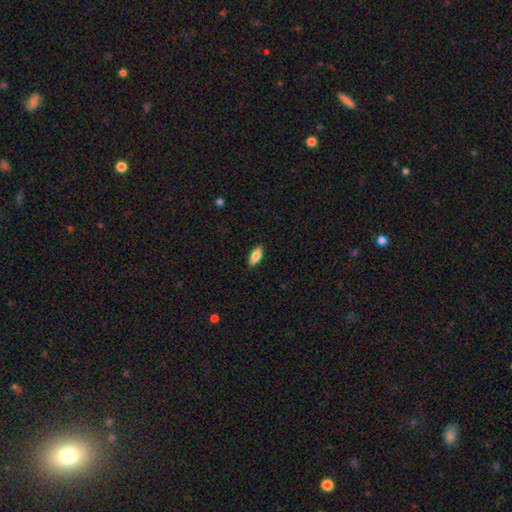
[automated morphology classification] Smooth or featured: smooth — 82% (featured or disk — 12%)
How rounded: in between — 80% (cigar-shaped — 17%)
Merging: none — 89% (minor disturbance — 8%)